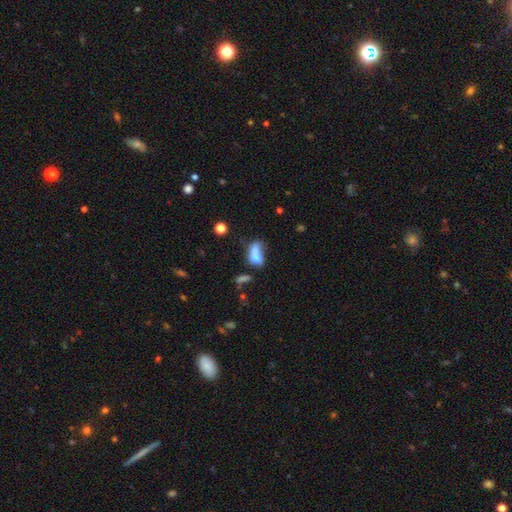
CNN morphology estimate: A smooth galaxy with no disk features (67%) that is in between round and cigar-shaped (71%).

Vote fractions:
- Smooth or featured? smooth: 67% / featured or disk: 22% / star or artifact: 11%
- How rounded? in between: 71% / round: 22% / cigar-shaped: 7%
- Merging? merger: 55% / none: 19% / major disturbance: 14% / minor disturbance: 12%